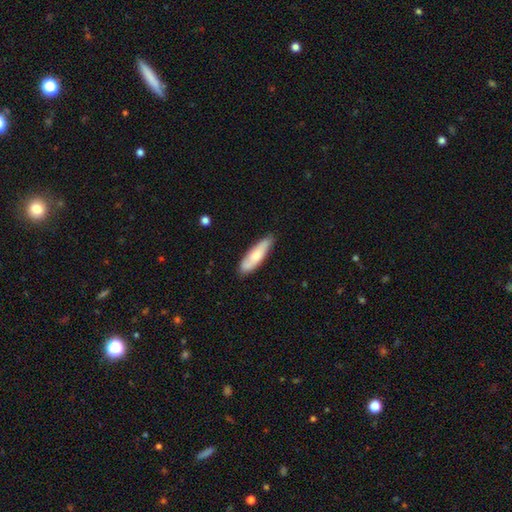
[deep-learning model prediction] Morphology: type=smooth (69%); roundness=cigar-shaped (62%); merging=none (78%).